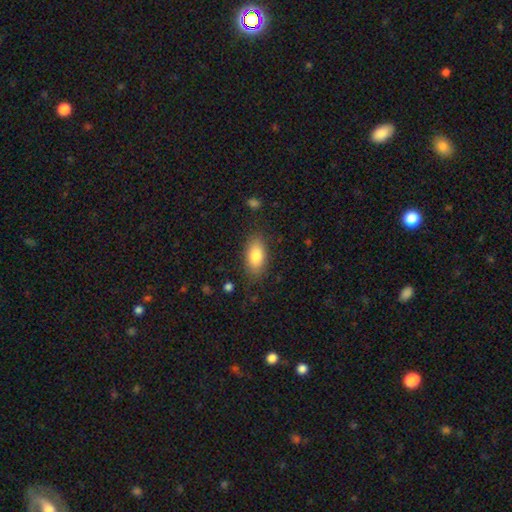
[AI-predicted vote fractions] Smooth or featured?
  - smooth: 83% *
  - featured or disk: 11%
  - star or artifact: 7%
How rounded?
  - in between: 89% *
  - cigar-shaped: 7%
  - round: 4%
Merging?
  - none: 82% *
  - minor disturbance: 13%
  - major disturbance: 4%
  - merger: 1%